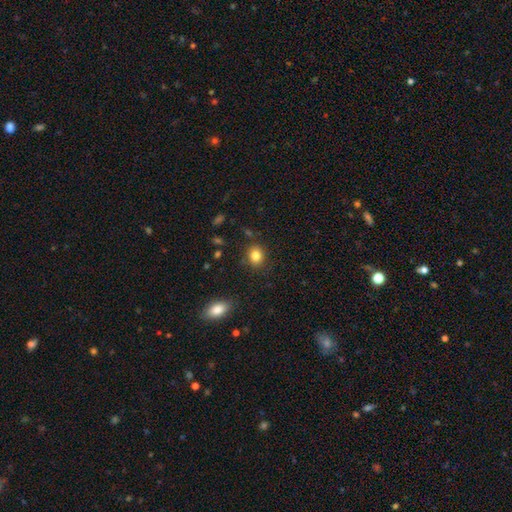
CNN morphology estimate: This is clearly a smooth galaxy (84%). How rounded: likely round (61%). Merging: clearly none (84%).